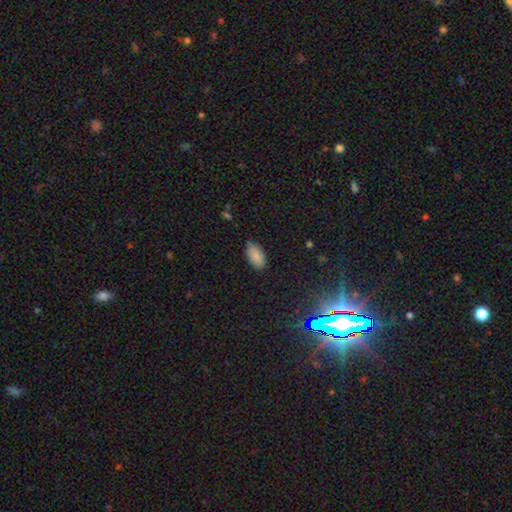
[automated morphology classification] smooth_or_featured: smooth (p=0.87) [alt: star or artifact p=0.08]
how_rounded: in between (p=0.94) [alt: cigar-shaped p=0.04]
merging: none (p=0.79) [alt: minor disturbance p=0.17]